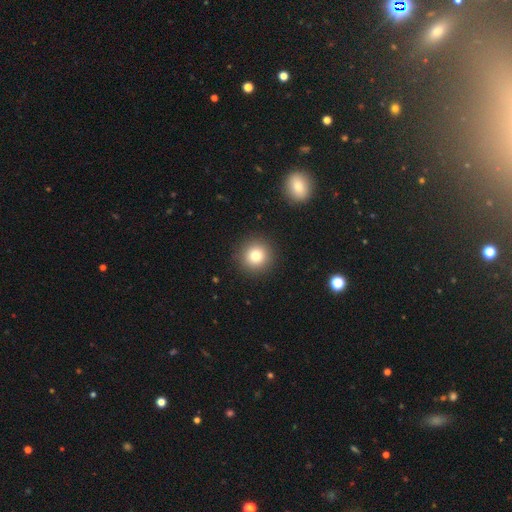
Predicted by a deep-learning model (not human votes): A smooth galaxy with no disk features (80%) that is round (94%).

Vote fractions:
- Smooth or featured? smooth: 80% / star or artifact: 11% / featured or disk: 8%
- How rounded? round: 94% / in between: 5% / cigar-shaped: 1%
- Merging? none: 91% / minor disturbance: 5% / major disturbance: 2% / merger: 1%